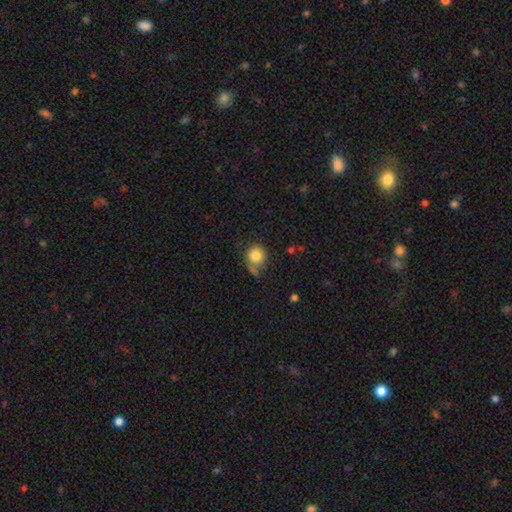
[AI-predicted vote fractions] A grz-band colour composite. It shows a smooth galaxy with no disk features (83%) that is round (87%). Merging: none (60%).